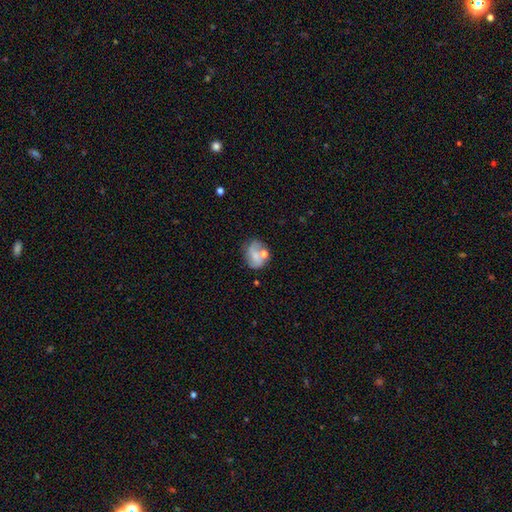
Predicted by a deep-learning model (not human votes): smooth 51%, featured or disk 39%, star or artifact 10%. Down the decision tree: how rounded — in between (55%); merging — none (48%).